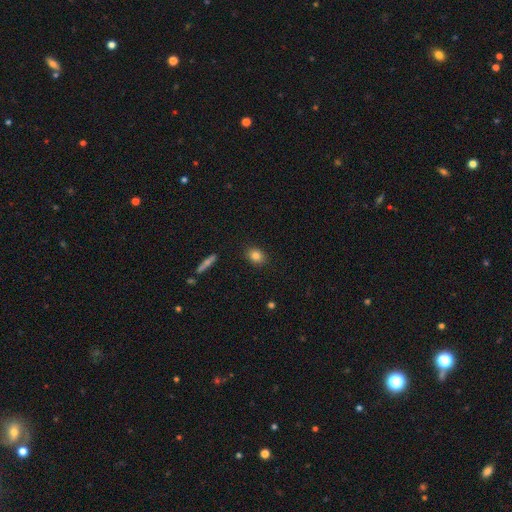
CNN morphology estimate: A smooth galaxy with no disk features (83%) that is in between round and cigar-shaped (52%). Merging: none (88%).